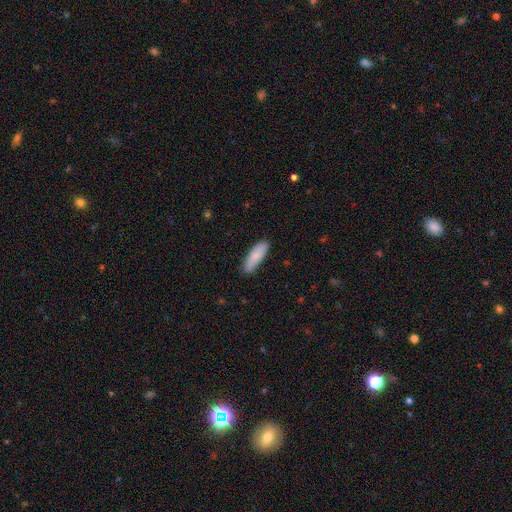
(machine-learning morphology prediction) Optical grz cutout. It shows a smooth galaxy with no disk features (84%) that is in between round and cigar-shaped (54%). Merging: none (86%).